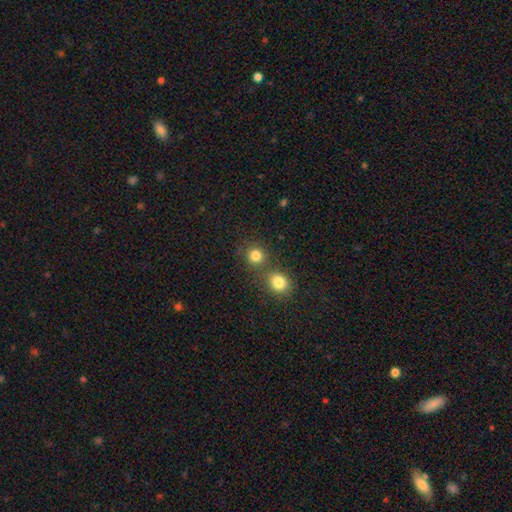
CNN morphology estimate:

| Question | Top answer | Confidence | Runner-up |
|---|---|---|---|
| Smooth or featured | smooth | 82% | star or artifact (12%) |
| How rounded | round | 87% | in between (12%) |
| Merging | none | 64% | merger (26%) |